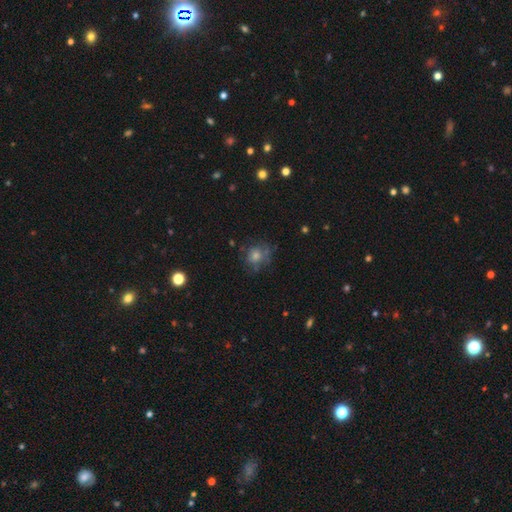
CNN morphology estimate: Smooth or featured?
  - smooth: 55% *
  - featured or disk: 26%
  - star or artifact: 19%
How rounded?
  - round: 79% *
  - in between: 20%
  - cigar-shaped: 1%
Merging?
  - none: 65% *
  - minor disturbance: 20%
  - major disturbance: 13%
  - merger: 2%